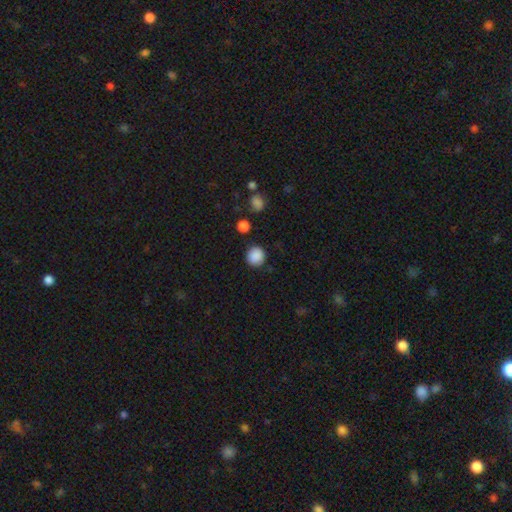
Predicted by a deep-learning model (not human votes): smooth 88%, star or artifact 9%, featured or disk 3%. Down the decision tree: how rounded — round (90%); merging — none (87%).